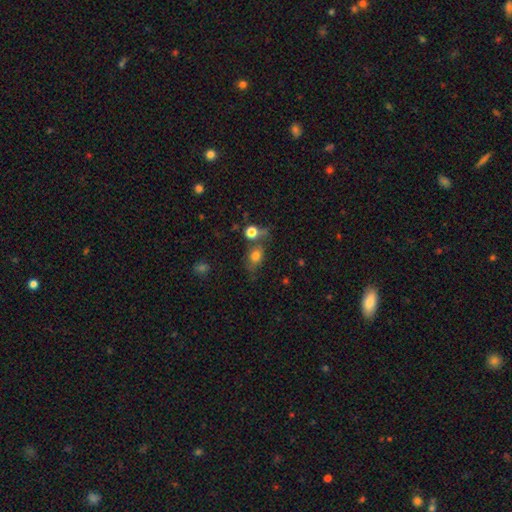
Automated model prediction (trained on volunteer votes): A smooth galaxy with no disk features (74%) that is in between round and cigar-shaped (55%).

Vote fractions:
- Smooth or featured? smooth: 74% / star or artifact: 13% / featured or disk: 12%
- How rounded? in between: 55% / round: 42% / cigar-shaped: 2%
- Merging? none: 50% / merger: 22% / minor disturbance: 18% / major disturbance: 10%